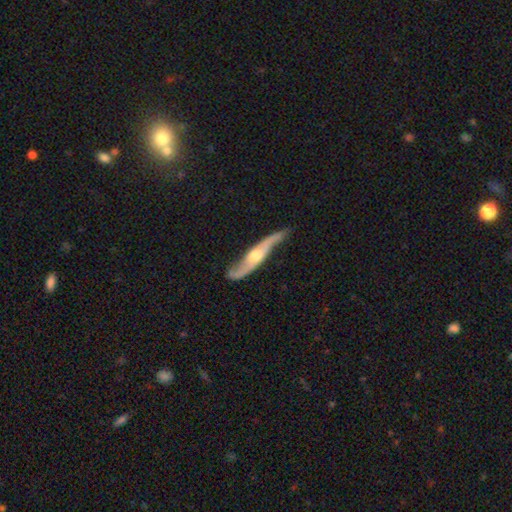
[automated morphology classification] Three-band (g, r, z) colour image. It shows a featured or disk galaxy (83%). Merging: none (71%).